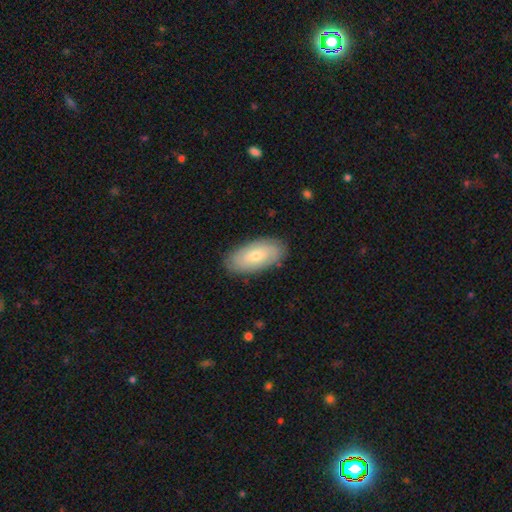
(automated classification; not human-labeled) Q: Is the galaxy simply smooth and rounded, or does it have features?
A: smooth — 50%.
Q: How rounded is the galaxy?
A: in between — 93%.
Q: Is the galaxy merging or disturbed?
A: none — 85%.